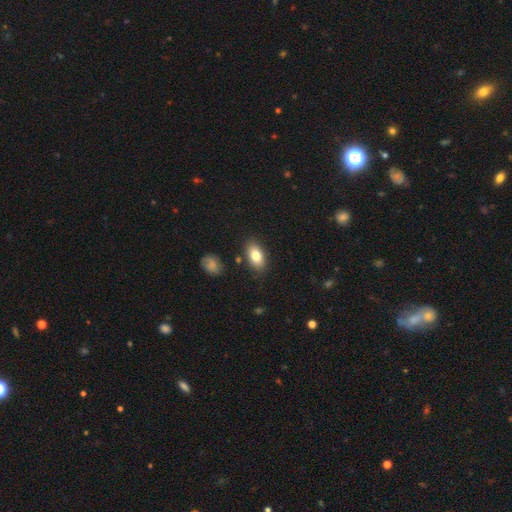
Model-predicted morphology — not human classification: The model was most divided on "smooth or featured": smooth: 81%, featured or disk: 11%, star or artifact: 8%. More confident: how rounded — in between (91%); merging — none (84%).